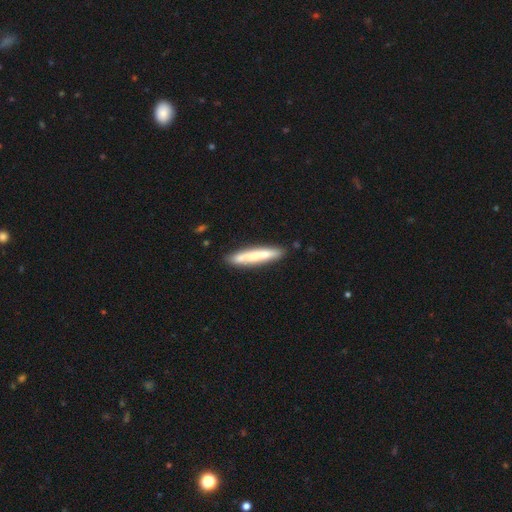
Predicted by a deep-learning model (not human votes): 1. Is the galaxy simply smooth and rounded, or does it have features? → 68% smooth, 27% featured or disk, 6% star or artifact.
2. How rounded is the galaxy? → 93% cigar-shaped, 6% in between, 1% round.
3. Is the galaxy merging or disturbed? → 86% none, 10% minor disturbance, 2% merger, 2% major disturbance.